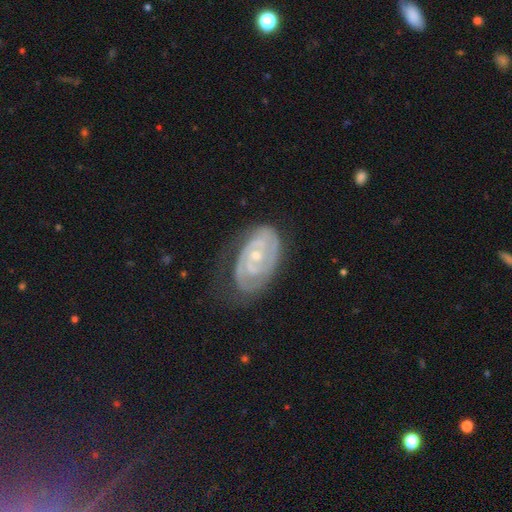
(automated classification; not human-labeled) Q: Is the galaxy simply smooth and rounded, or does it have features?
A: featured or disk — 87%.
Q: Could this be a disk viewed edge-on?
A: no — 97%.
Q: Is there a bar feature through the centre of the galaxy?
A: no — 65%.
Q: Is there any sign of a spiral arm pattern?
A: yes — 95%.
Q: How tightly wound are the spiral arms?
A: tight — 73%.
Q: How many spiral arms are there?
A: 2 — 64%.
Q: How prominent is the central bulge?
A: small — 62%.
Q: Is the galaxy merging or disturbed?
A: none — 69%.